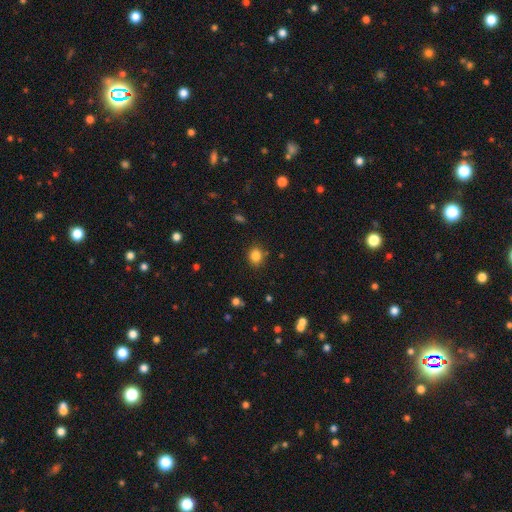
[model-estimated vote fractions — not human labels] Smooth or featured? smooth (84%)
How rounded? round (68%)
Merging? none (86%)